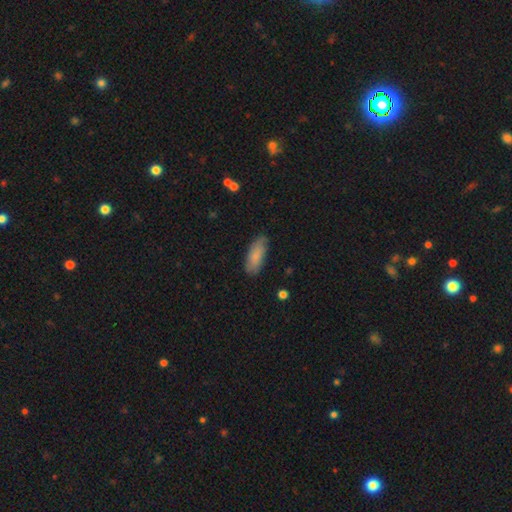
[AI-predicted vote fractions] Smooth or featured? smooth (83%)
How rounded? in between (76%)
Merging? none (79%)